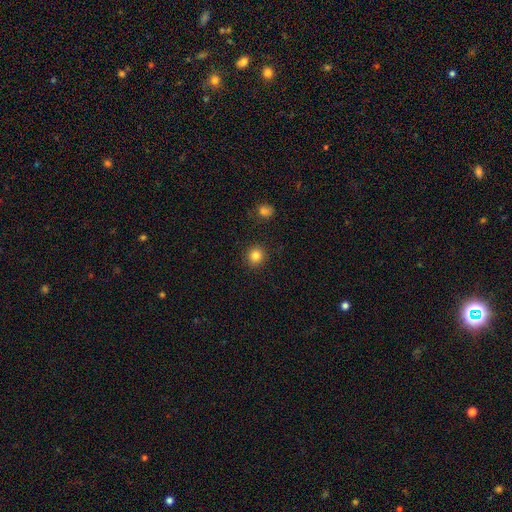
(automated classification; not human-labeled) Smooth or featured? smooth (84%)
How rounded? round (92%)
Merging? none (90%)